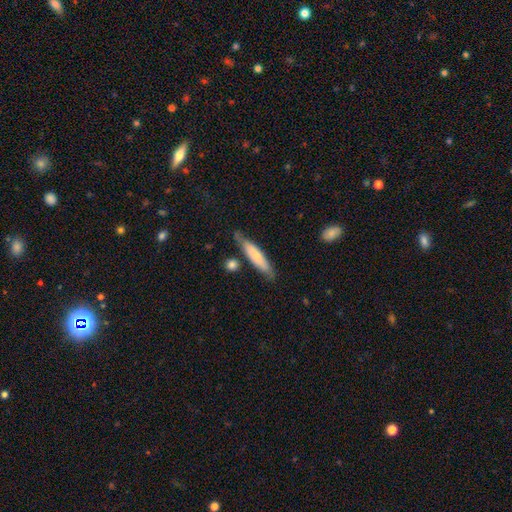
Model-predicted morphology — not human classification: Overall: smooth (62%; featured or disk 32%). How rounded: cigar-shaped (81%). Merging: none (73%).